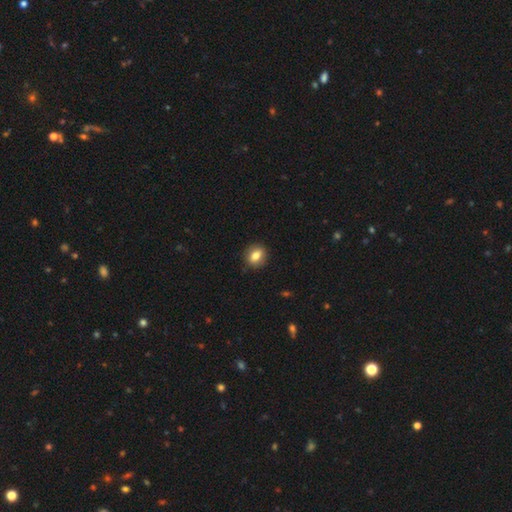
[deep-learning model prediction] Smooth or featured? smooth (80%)
How rounded? round (52%)
Merging? none (88%)